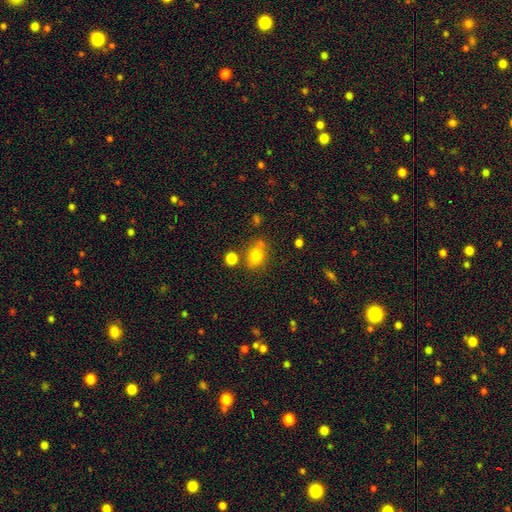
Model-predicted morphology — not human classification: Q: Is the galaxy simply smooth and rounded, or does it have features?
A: smooth — 78%.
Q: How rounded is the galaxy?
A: in between — 58%.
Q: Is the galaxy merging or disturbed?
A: none — 65%.